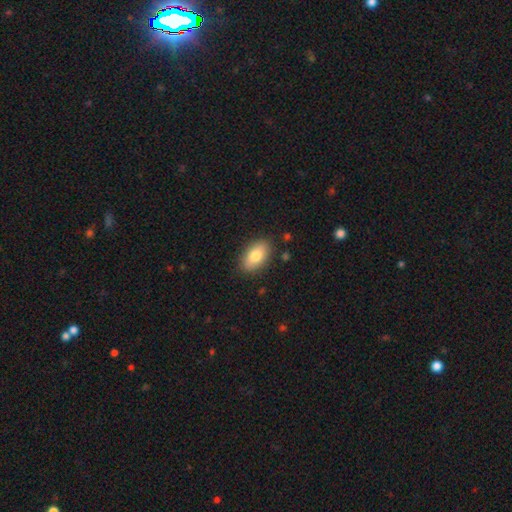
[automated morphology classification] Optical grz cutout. It shows a smooth galaxy with no disk features (80%) that is in between round and cigar-shaped (92%). Merging: none (85%).